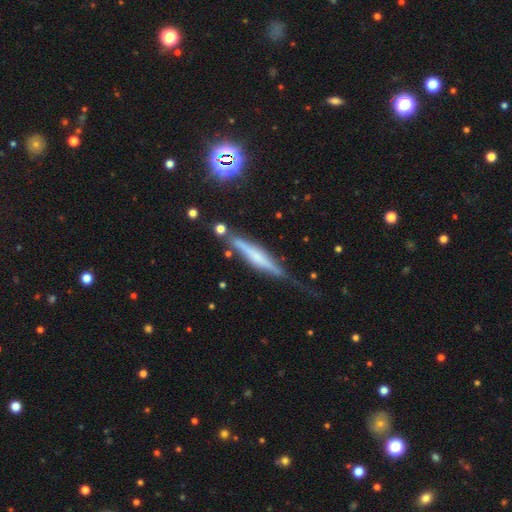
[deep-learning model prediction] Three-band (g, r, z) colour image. It shows a featured or disk galaxy (60%) viewed edge-on (94%) with a rounded central bulge (45%). Merging: none (57%).